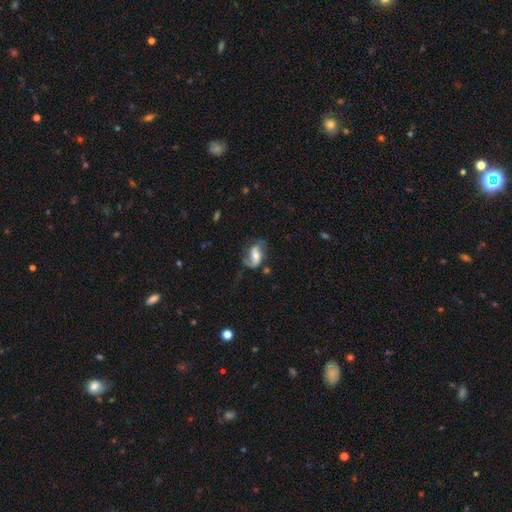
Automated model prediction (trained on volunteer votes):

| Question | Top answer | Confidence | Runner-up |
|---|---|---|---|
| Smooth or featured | featured or disk | 74% | smooth (19%) |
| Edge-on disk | no | 96% | yes (4%) |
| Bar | weak | 39% | no (35%) |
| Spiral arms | yes | 91% | no (9%) |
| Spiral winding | loose | 55% | medium (33%) |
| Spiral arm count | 2 | 81% | 1 (11%) |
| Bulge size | moderate | 61% | small (28%) |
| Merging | none | 58% | minor disturbance (23%) |